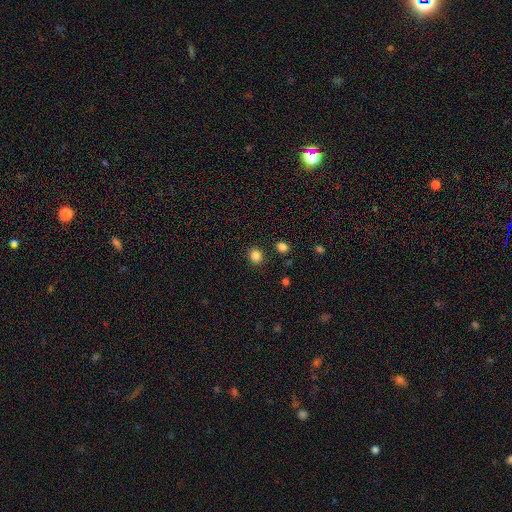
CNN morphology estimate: type=smooth (85%); roundness=round (73%); merging=none (87%).